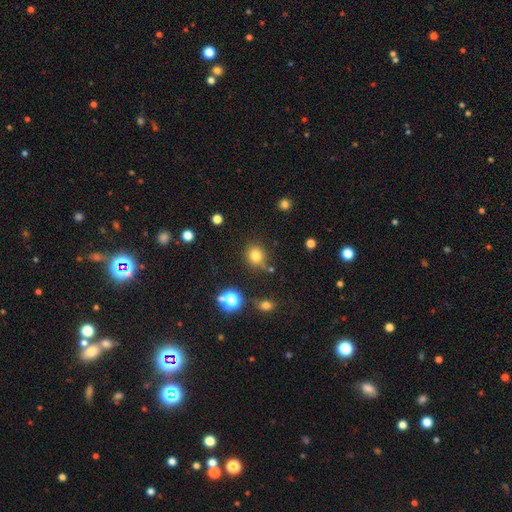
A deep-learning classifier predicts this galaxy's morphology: A smooth galaxy with no disk features (75%) that is round (84%).

Vote fractions:
- Smooth or featured? smooth: 75% / star or artifact: 17% / featured or disk: 7%
- How rounded? round: 84% / in between: 15% / cigar-shaped: 1%
- Merging? none: 74% / minor disturbance: 15% / merger: 7% / major disturbance: 5%